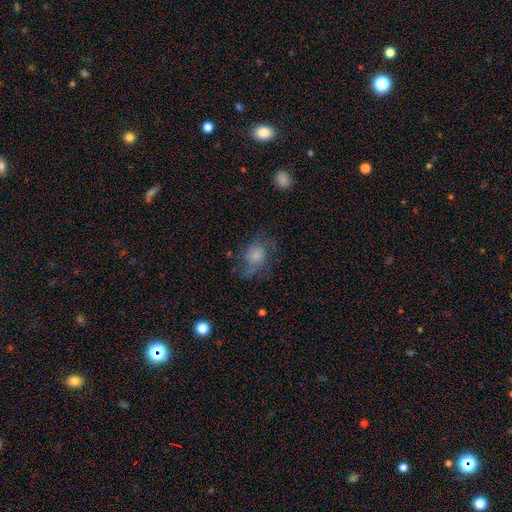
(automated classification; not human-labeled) This is possibly a smooth galaxy (48%). Merging: possibly none (54%).